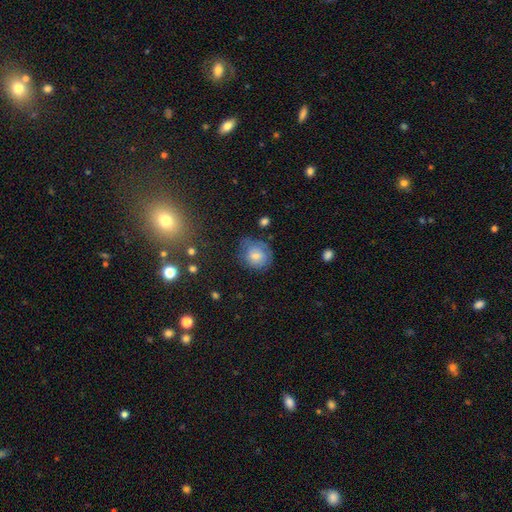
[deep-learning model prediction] smooth_or_featured: smooth (p=0.54) [alt: featured or disk p=0.33]
how_rounded: round (p=0.75) [alt: in between p=0.24]
merging: none (p=0.64) [alt: minor disturbance p=0.24]